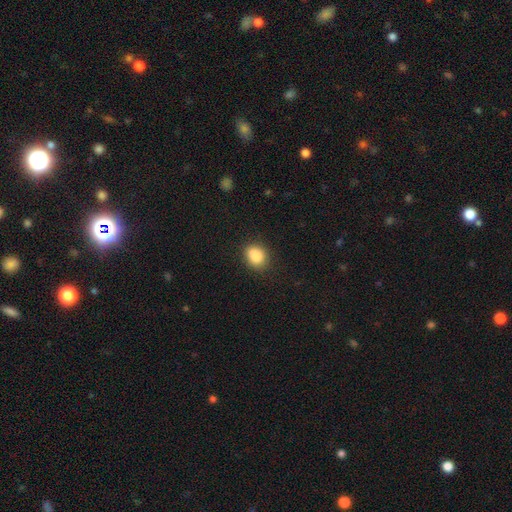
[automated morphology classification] Q: Smooth or featured?
A: smooth (85%); runner-up: star or artifact (10%)
Q: How rounded?
A: round (50%); runner-up: in between (49%)
Q: Merging?
A: none (75%); runner-up: minor disturbance (18%)